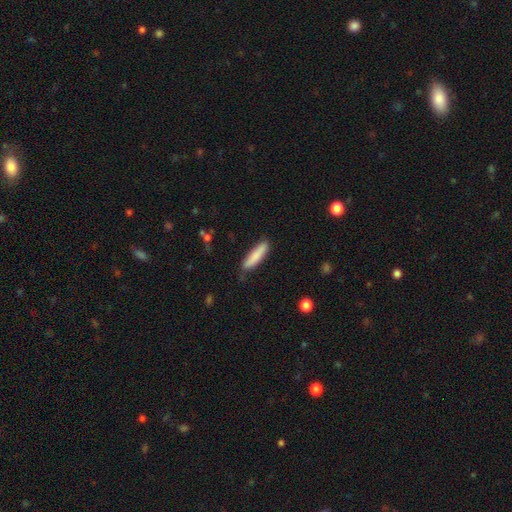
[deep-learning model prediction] This appears to be a smooth galaxy with no disk features (83%) that is cigar-shaped (78%). Merging: none (82%).